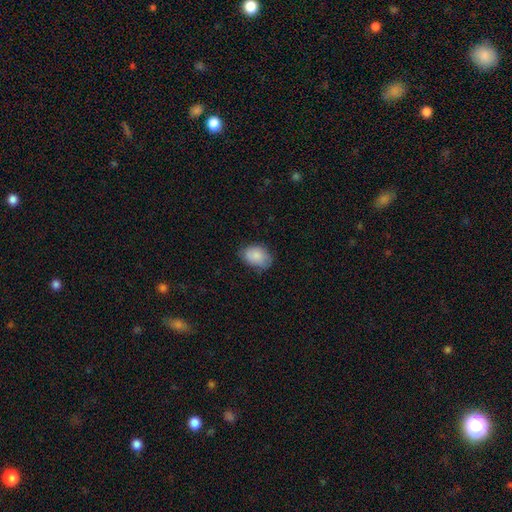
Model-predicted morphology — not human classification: Overall: smooth (85%). How rounded: in between (79%). Merging: none (72%).